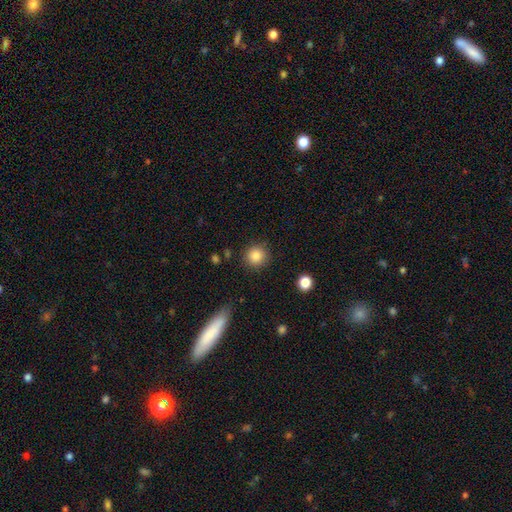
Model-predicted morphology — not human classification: Overall: smooth (86%). How rounded: round (92%). Merging: none (87%).